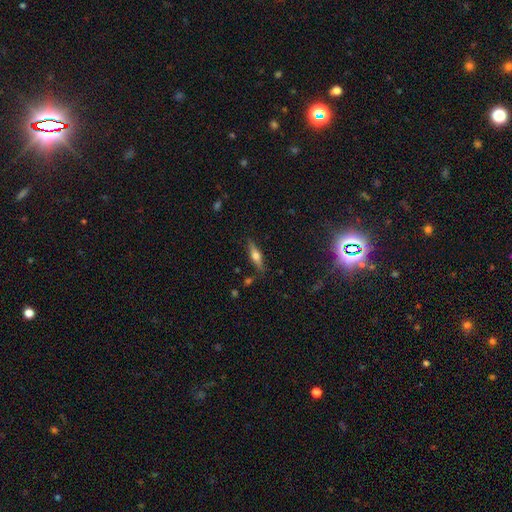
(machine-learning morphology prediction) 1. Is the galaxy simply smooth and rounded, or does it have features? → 57% featured or disk, 36% smooth, 8% star or artifact.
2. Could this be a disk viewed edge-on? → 94% yes, 6% no.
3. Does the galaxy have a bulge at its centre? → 91% rounded, 6% boxy, 3% none.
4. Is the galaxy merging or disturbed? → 85% none, 10% minor disturbance, 2% major disturbance, 2% merger.